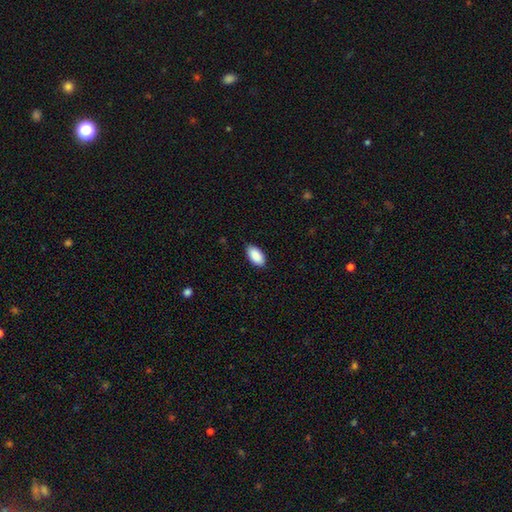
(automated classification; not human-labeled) smooth-or-featured: smooth: 90% | star or artifact: 6% | featured or disk: 4%
  how-rounded: in between: 95% | round: 3% | cigar-shaped: 2%
  merging: none: 84% | minor disturbance: 13% | major disturbance: 2% | merger: 1%